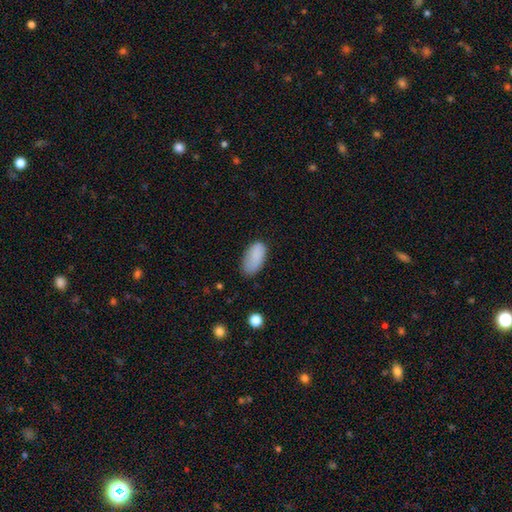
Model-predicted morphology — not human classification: smooth-or-featured: smooth: 85% | star or artifact: 8% | featured or disk: 7%
  how-rounded: in between: 94% | cigar-shaped: 3% | round: 3%
  merging: none: 67% | minor disturbance: 25% | major disturbance: 6% | merger: 2%